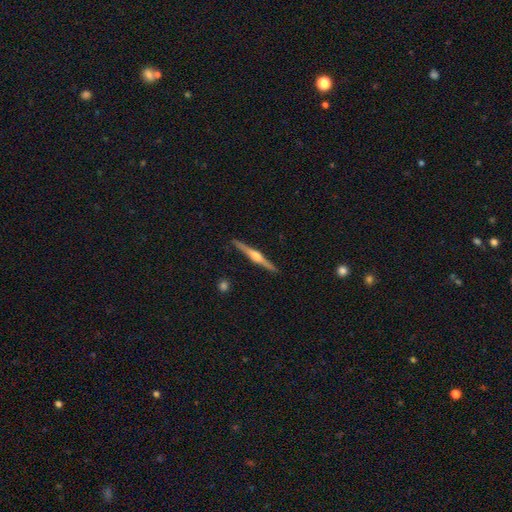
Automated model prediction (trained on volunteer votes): A featured or disk galaxy (80%) viewed edge-on (99%) with a rounded central bulge (87%). Merging: none (92%).